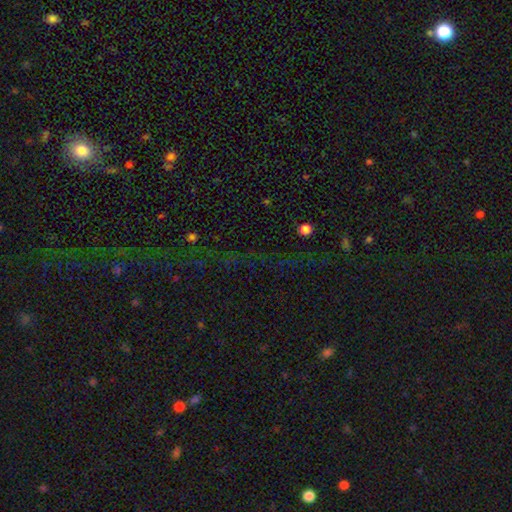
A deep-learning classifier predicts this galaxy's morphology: This appears to be a star or artifact, not a galaxy (70%).